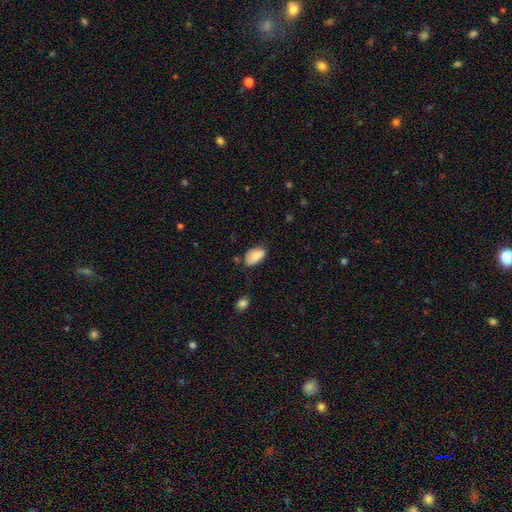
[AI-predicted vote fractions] Q: Smooth or featured?
A: smooth (83%); runner-up: featured or disk (10%)
Q: How rounded?
A: in between (94%); runner-up: round (5%)
Q: Merging?
A: none (65%); runner-up: minor disturbance (27%)